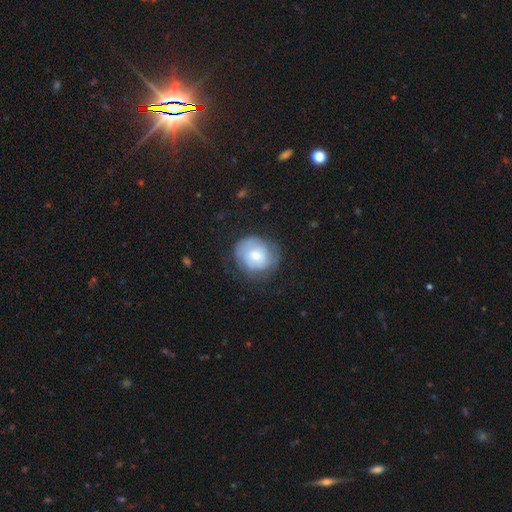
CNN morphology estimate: Q: Smooth or featured?
A: smooth (49%); runner-up: featured or disk (43%)
Q: Merging?
A: none (68%); runner-up: minor disturbance (21%)